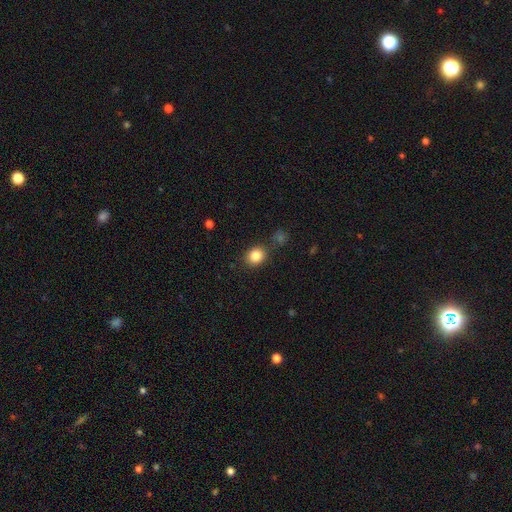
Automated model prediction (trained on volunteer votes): The model was most divided on "how rounded": round: 69%, in between: 31%, cigar-shaped: 1%. More confident: smooth or featured — smooth (84%); merging — none (82%).